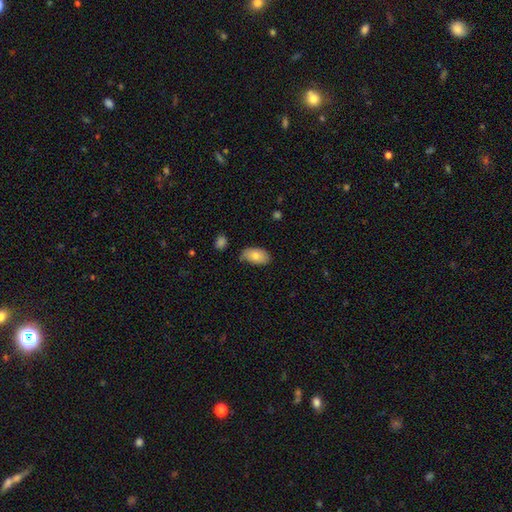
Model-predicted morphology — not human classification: smooth_or_featured: smooth (p=0.77) [alt: featured or disk p=0.16]
how_rounded: in between (p=0.94) [alt: round p=0.05]
merging: none (p=0.69) [alt: minor disturbance p=0.25]